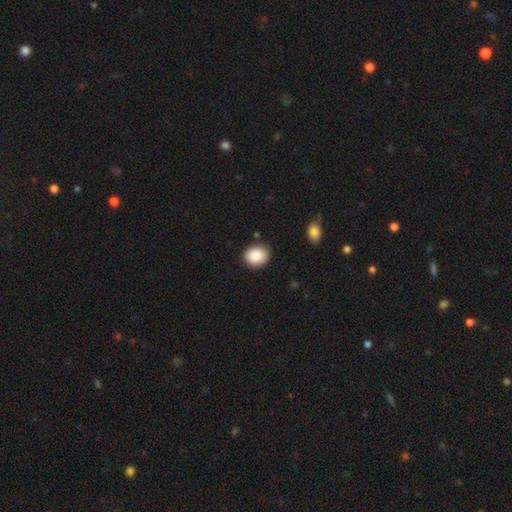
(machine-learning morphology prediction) Smooth or featured? Predicted: smooth (p=0.88). How rounded? Predicted: round (p=0.60). Merging? Predicted: none (p=0.85).